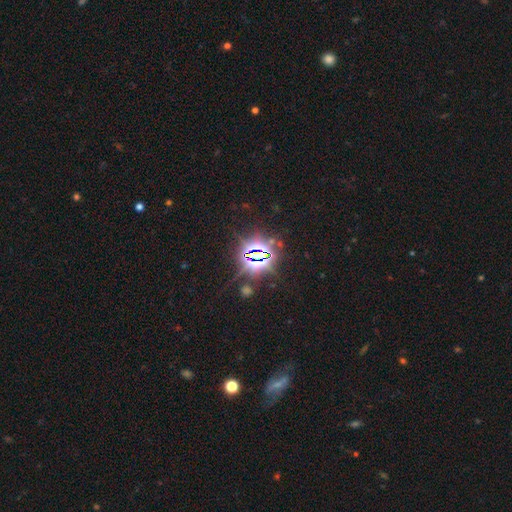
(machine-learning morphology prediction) Smooth or featured?
  - star or artifact: 83% *
  - smooth: 10%
  - featured or disk: 8%